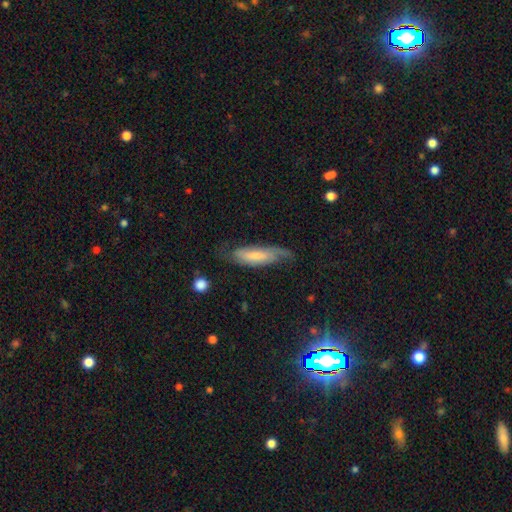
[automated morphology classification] Overall: featured or disk (49%; smooth 45%). Merging: none (52%; minor disturbance 28%).